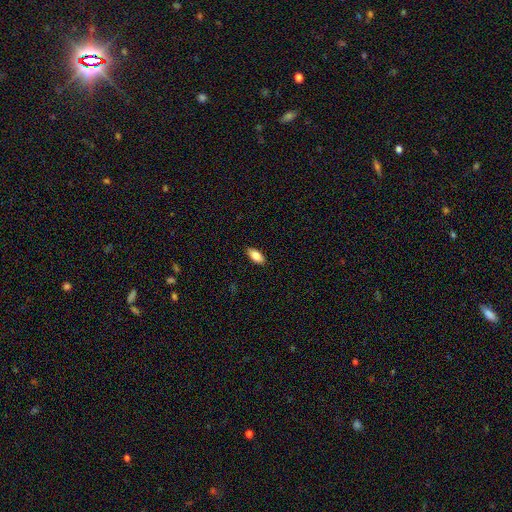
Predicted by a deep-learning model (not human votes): This appears to be a smooth galaxy with no disk features (82%) that is in between round and cigar-shaped (87%). Merging: none (88%).